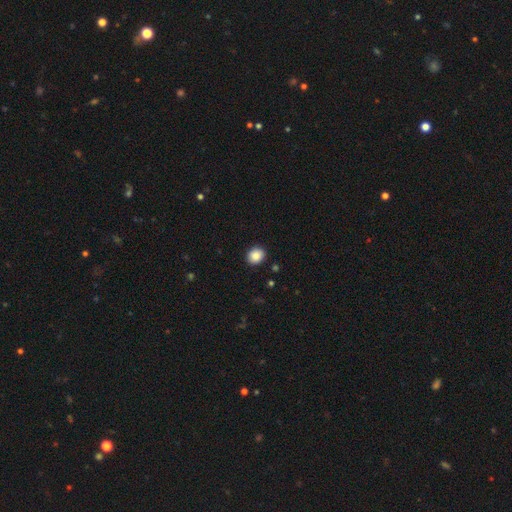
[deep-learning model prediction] Smooth or featured? smooth (88%)
How rounded? round (64%)
Merging? none (90%)